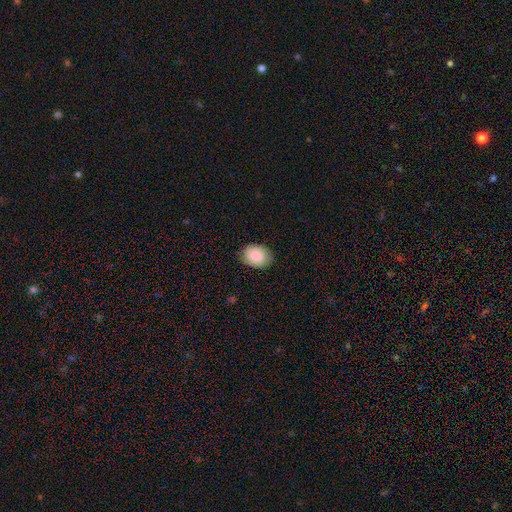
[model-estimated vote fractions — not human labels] smooth 86%, featured or disk 7%, star or artifact 6%. Down the decision tree: how rounded — in between (67%); merging — none (83%).